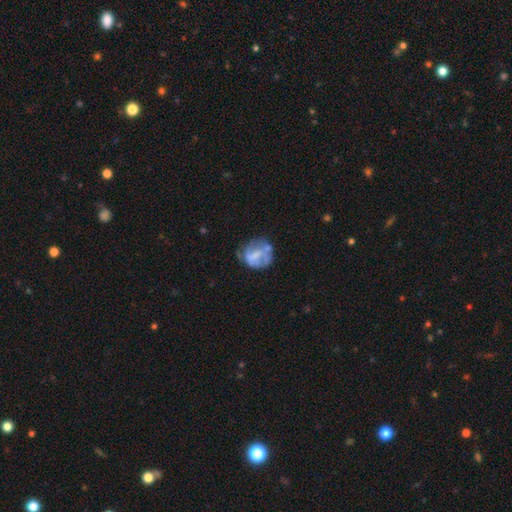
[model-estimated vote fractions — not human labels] featured or disk 48%, smooth 43%, star or artifact 9%. Down the decision tree: merging — none (45%).